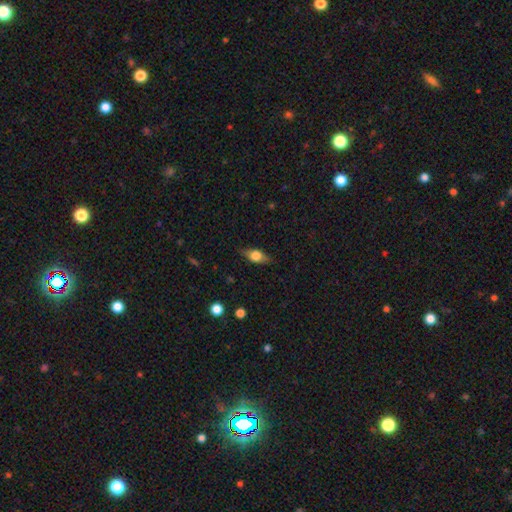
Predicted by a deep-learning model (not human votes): smooth 56%, featured or disk 36%, star or artifact 8%. Down the decision tree: how rounded — in between (71%); merging — none (81%).